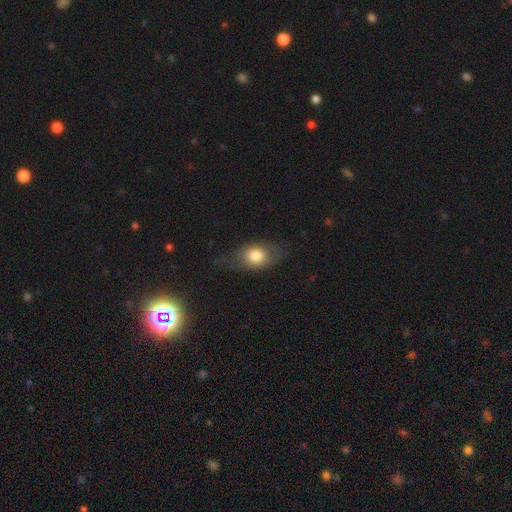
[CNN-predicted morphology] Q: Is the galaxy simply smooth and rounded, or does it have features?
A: smooth — 73%.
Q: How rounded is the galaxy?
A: in between — 71%.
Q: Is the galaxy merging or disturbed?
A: none — 59%.